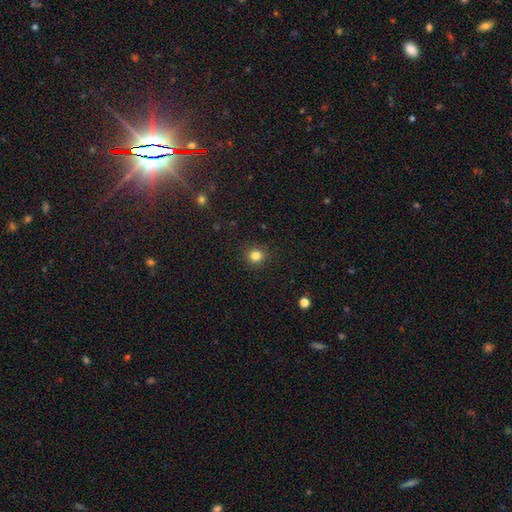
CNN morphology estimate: A smooth galaxy with no disk features (83%) that is round (89%).

Vote fractions:
- Smooth or featured? smooth: 83% / star or artifact: 12% / featured or disk: 5%
- How rounded? round: 89% / in between: 10% / cigar-shaped: 1%
- Merging? none: 91% / minor disturbance: 6% / major disturbance: 2% / merger: 1%